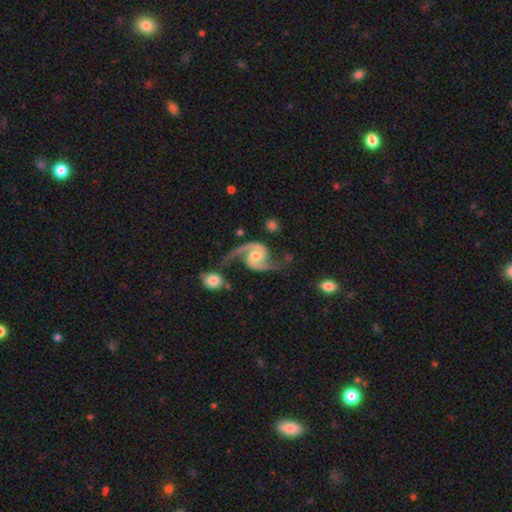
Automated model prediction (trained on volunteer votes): A featured or disk galaxy (93%) with no bar (49%), 2 (94%) medium (48%) spiral arms (98%) and a moderate central bulge (67%).

Vote fractions:
- Smooth or featured? featured or disk: 93% / star or artifact: 4% / smooth: 3%
- Edge-on disk? no: 98% / yes: 2%
- Bar? no: 49% / weak: 39% / strong: 12%
- Spiral arms? yes: 98% / no: 2%
- Spiral winding? medium: 48% / loose: 42% / tight: 10%
- Spiral arm count? 2: 94% / 1: 2% / can't tell: 1% / 3: 1% / 4: 1% / more than 4: 1%
- Bulge size? moderate: 67% / small: 23% / large: 7% / none: 2% / dominant: 1%
- Merging? none: 62% / minor disturbance: 18% / major disturbance: 11% / merger: 9%